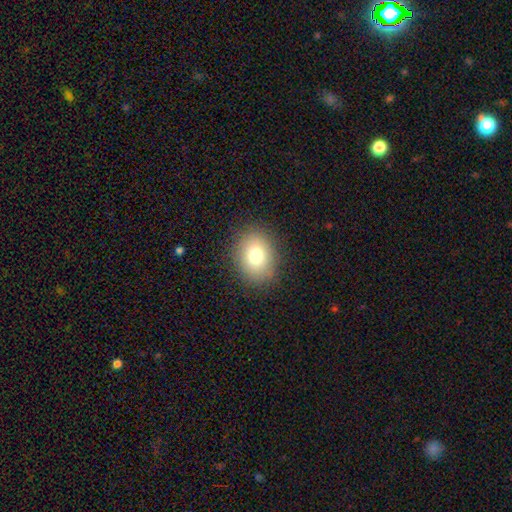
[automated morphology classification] Q: Smooth or featured?
A: smooth (77%); runner-up: featured or disk (12%)
Q: How rounded?
A: in between (52%); runner-up: round (47%)
Q: Merging?
A: none (86%); runner-up: minor disturbance (9%)